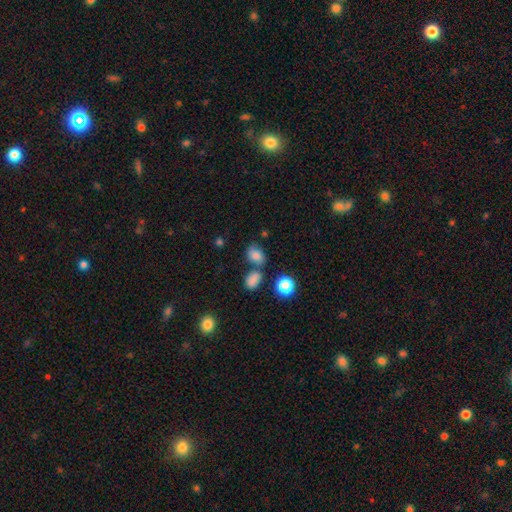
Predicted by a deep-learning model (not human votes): Morphology: type=smooth (79%); roundness=in between (72%); merging=none (55%).